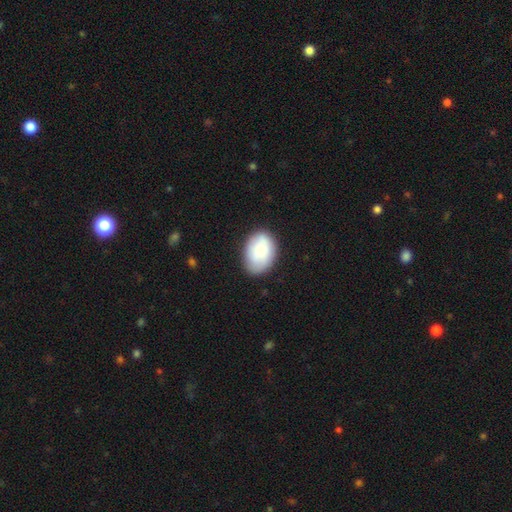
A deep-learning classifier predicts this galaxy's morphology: Q: Smooth or featured?
A: smooth (83%); runner-up: featured or disk (10%)
Q: How rounded?
A: in between (79%); runner-up: round (20%)
Q: Merging?
A: none (79%); runner-up: minor disturbance (16%)